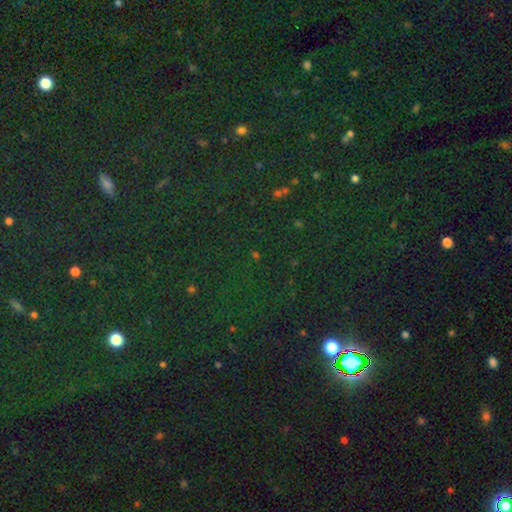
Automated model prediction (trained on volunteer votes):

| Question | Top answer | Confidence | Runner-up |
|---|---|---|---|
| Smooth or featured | star or artifact | 72% | smooth (20%) |